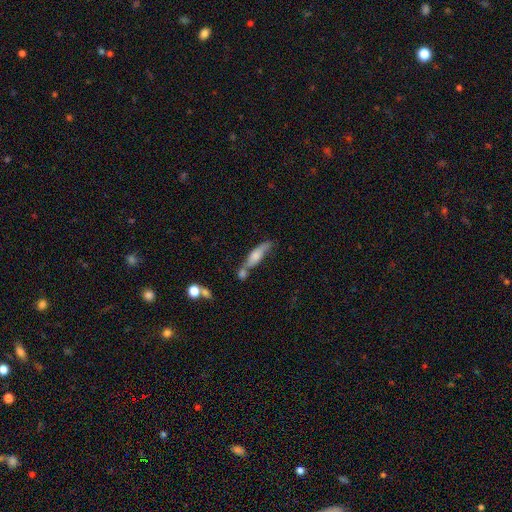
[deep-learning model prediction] Smooth or featured? smooth (59%)
How rounded? cigar-shaped (68%)
Merging? none (40%)